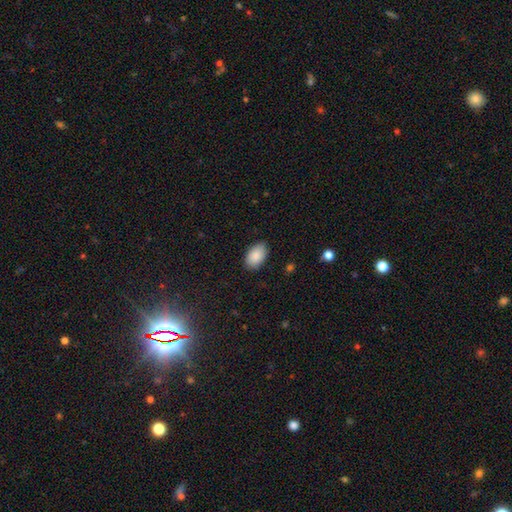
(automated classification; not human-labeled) This is clearly a smooth galaxy (89%). How rounded: clearly in between (93%). Merging: clearly none (86%).